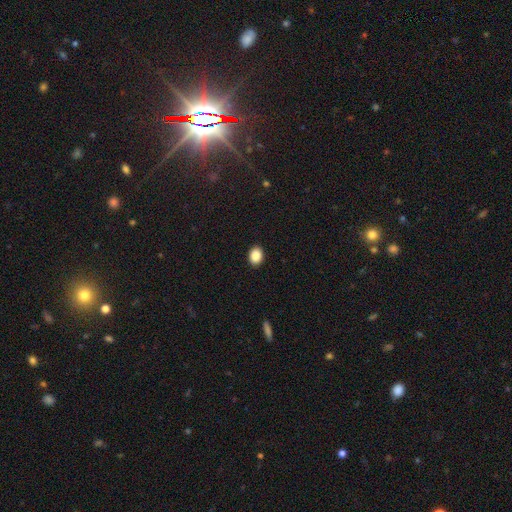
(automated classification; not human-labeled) Smooth or featured? smooth (89%)
How rounded? in between (59%)
Merging? none (92%)